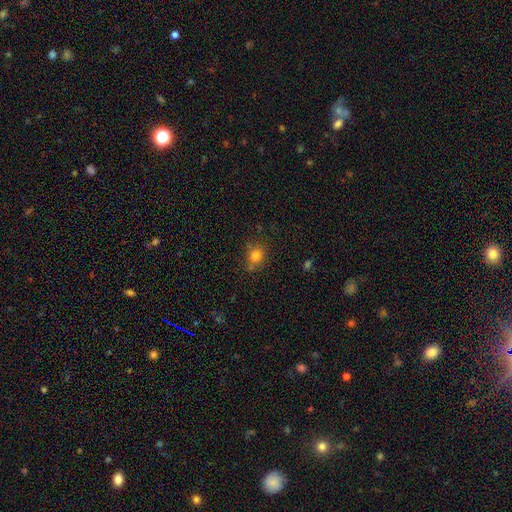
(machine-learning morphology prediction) A smooth galaxy with no disk features (79%) that is round (76%). Merging: none (69%).